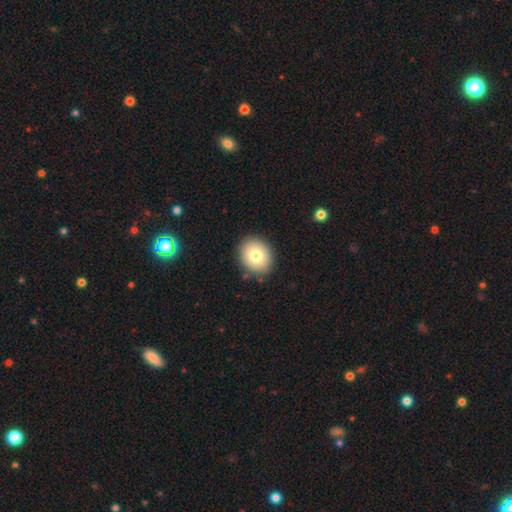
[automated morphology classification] smooth-or-featured: smooth: 78% | featured or disk: 13% | star or artifact: 9%
  how-rounded: round: 65% | in between: 34% | cigar-shaped: 1%
  merging: none: 88% | minor disturbance: 8% | major disturbance: 2% | merger: 2%